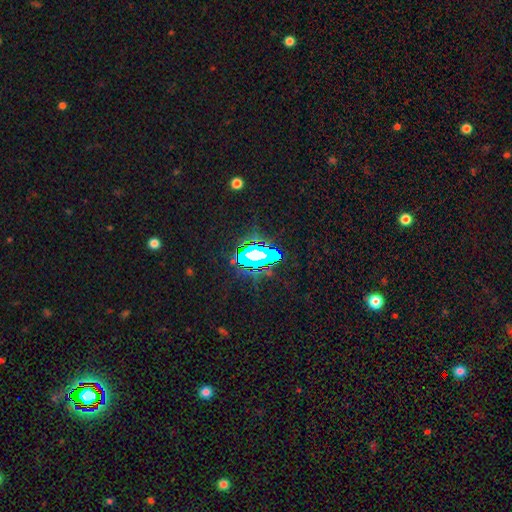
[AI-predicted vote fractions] Morphology: type=star or artifact (65%).